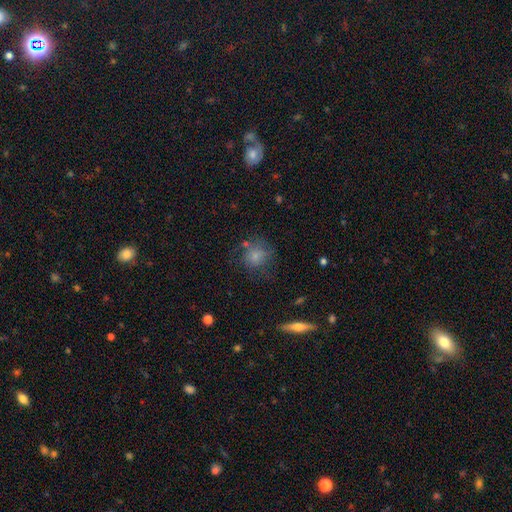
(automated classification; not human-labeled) Smooth or featured? smooth (73%)
How rounded? round (79%)
Merging? none (59%)